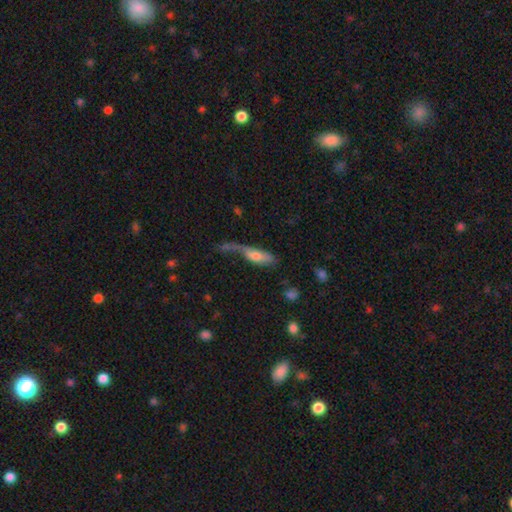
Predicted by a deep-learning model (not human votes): smooth_or_featured: smooth (p=0.60) [alt: featured or disk p=0.33]
how_rounded: in between (p=0.59) [alt: cigar-shaped p=0.38]
merging: major disturbance (p=0.42) [alt: none p=0.23]